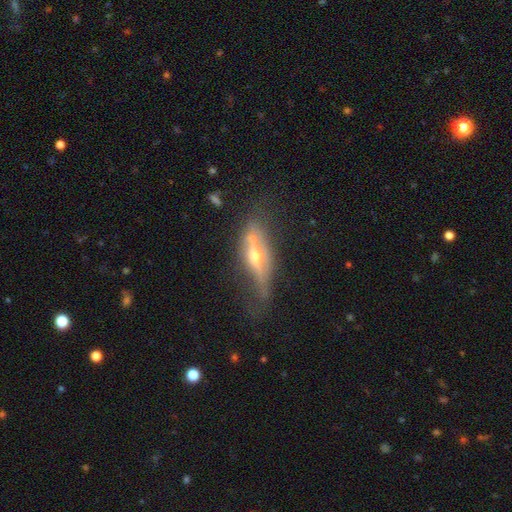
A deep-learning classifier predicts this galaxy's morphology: Q: Smooth or featured?
A: featured or disk (68%); runner-up: smooth (24%)
Q: Edge-on disk?
A: yes (70%); runner-up: no (30%)
Q: Merging?
A: none (47%); runner-up: minor disturbance (29%)